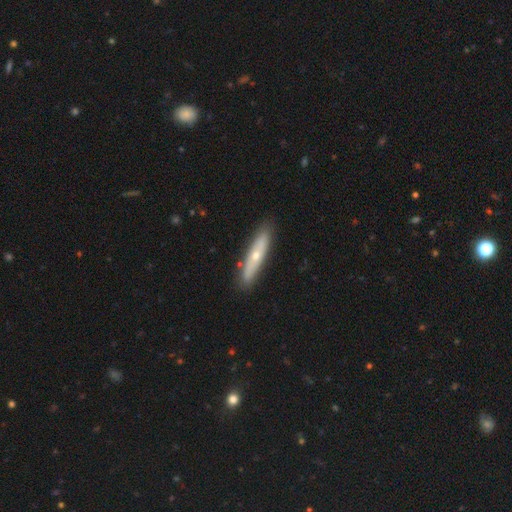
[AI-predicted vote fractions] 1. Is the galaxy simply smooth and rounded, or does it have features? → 50% featured or disk, 44% smooth, 6% star or artifact.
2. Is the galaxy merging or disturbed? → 87% none, 9% minor disturbance, 2% major disturbance, 1% merger.